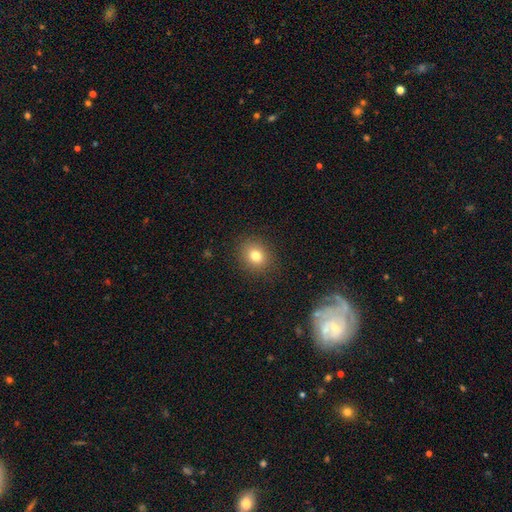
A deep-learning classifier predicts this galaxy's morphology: Smooth or featured: smooth — 77% (star or artifact — 13%)
How rounded: round — 72% (in between — 27%)
Merging: none — 88% (minor disturbance — 8%)